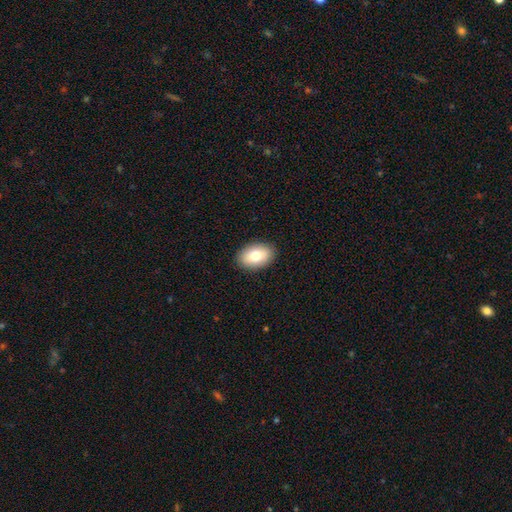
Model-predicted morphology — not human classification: Smooth or featured?
  - smooth: 79% *
  - featured or disk: 14%
  - star or artifact: 7%
How rounded?
  - in between: 88% *
  - round: 10%
  - cigar-shaped: 1%
Merging?
  - none: 90% *
  - minor disturbance: 8%
  - major disturbance: 2%
  - merger: 1%